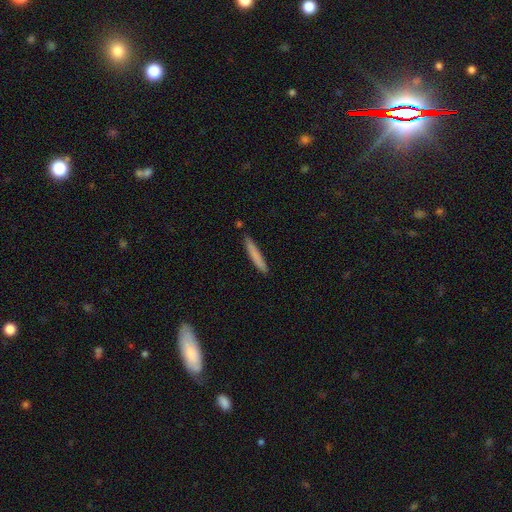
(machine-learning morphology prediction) The model was most divided on "smooth or featured": smooth: 79%, featured or disk: 15%, star or artifact: 6%. More confident: how rounded — cigar-shaped (95%); merging — none (87%).